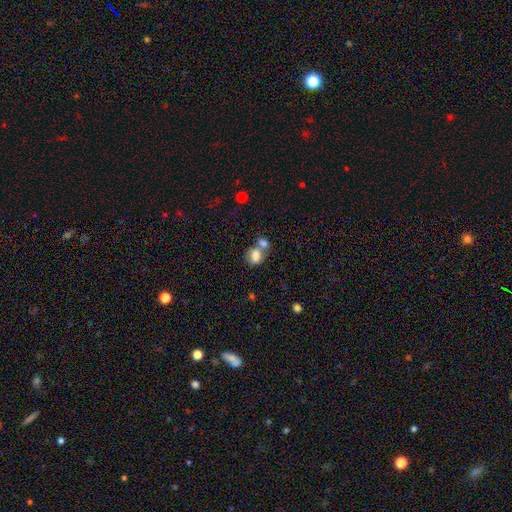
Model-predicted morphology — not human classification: This is likely a smooth galaxy (75%). How rounded: possibly in between (59%). Merging: possibly merger (54%).